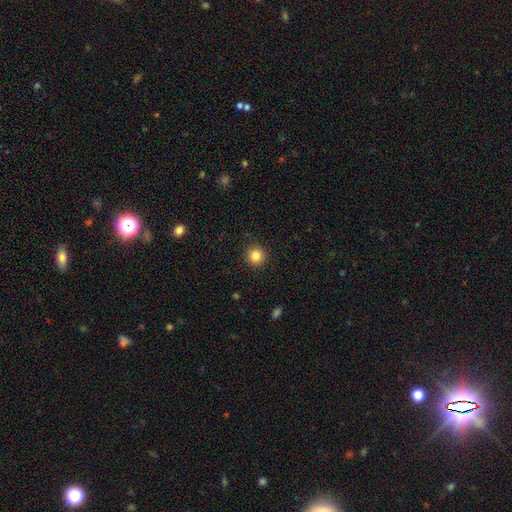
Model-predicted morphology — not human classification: This appears to be a smooth galaxy with no disk features (84%) that is round (94%). Merging: none (92%).